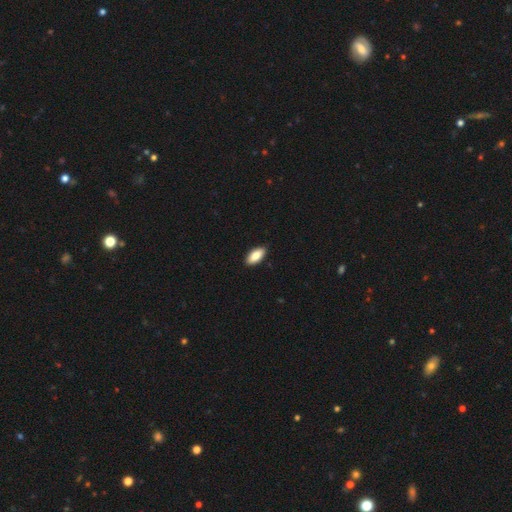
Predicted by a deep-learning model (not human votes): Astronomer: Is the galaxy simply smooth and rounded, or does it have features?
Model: smooth — 84%.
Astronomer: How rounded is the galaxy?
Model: in between — 90%.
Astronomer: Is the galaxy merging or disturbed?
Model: none — 91%.